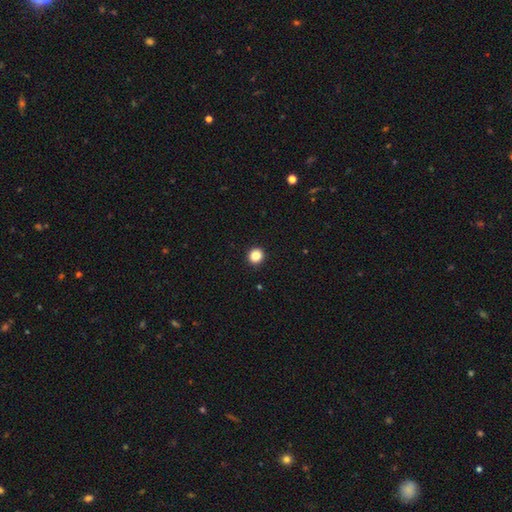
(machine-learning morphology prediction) A smooth galaxy with no disk features (86%) that is round (90%). Merging: none (94%).